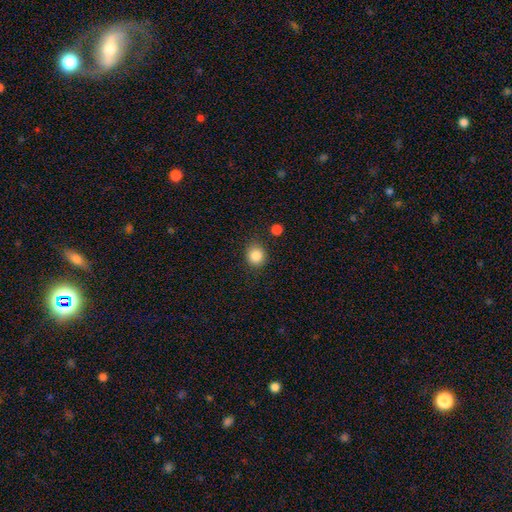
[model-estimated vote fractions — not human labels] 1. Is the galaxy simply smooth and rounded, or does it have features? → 86% smooth, 10% star or artifact, 4% featured or disk.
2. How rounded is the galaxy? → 84% round, 16% in between, 1% cigar-shaped.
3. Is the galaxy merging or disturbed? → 83% none, 11% minor disturbance, 3% merger, 3% major disturbance.